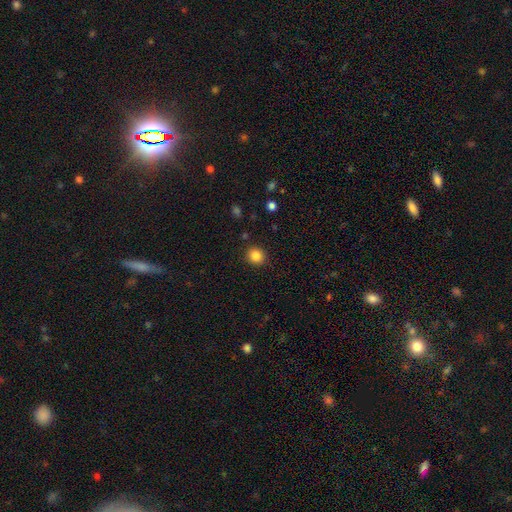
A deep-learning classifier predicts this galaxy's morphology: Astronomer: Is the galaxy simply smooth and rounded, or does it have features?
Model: smooth — 86%.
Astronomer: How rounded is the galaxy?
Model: round — 87%.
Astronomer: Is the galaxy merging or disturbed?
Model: none — 90%.